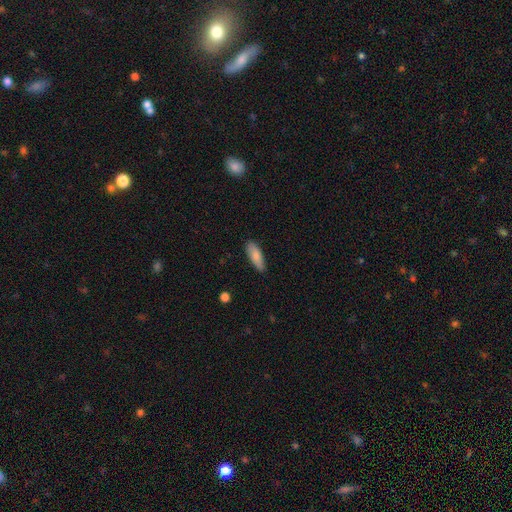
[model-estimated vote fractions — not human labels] Overall: smooth (85%). How rounded: in between (59%; cigar-shaped 39%). Merging: none (85%).